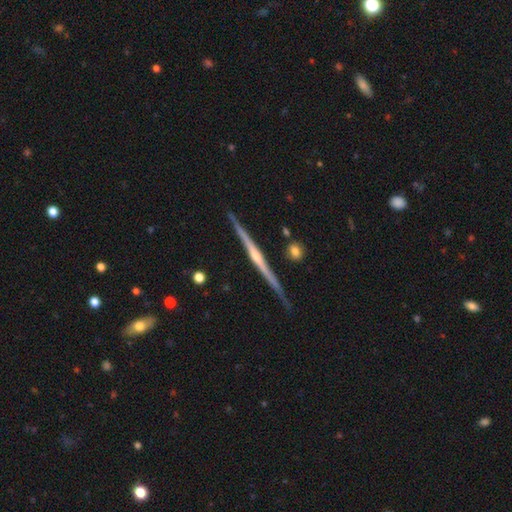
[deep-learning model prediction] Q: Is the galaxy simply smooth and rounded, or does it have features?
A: featured or disk — 83%.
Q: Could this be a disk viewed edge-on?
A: yes — 98%.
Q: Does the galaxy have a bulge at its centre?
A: rounded — 67%.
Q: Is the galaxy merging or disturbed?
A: none — 85%.